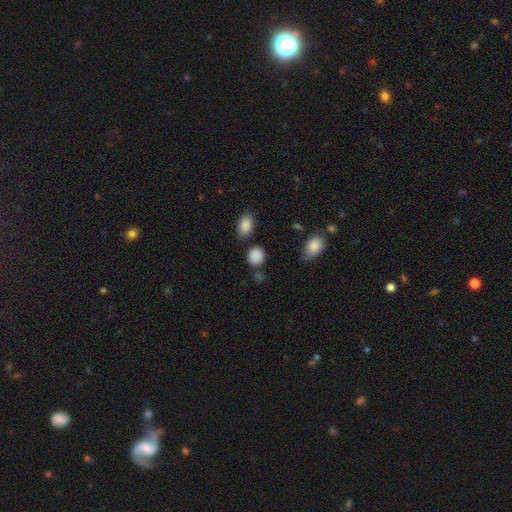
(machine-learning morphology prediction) Smooth or featured: smooth — 88% (star or artifact — 9%)
How rounded: round — 79% (in between — 19%)
Merging: none — 78% (minor disturbance — 12%)